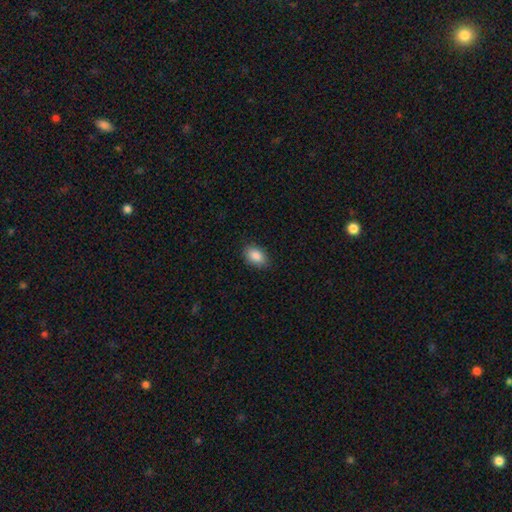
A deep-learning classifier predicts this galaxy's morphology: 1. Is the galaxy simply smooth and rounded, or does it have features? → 88% smooth, 7% star or artifact, 5% featured or disk.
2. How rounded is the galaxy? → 87% in between, 12% round, 1% cigar-shaped.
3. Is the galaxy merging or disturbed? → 84% none, 12% minor disturbance, 2% major disturbance, 1% merger.